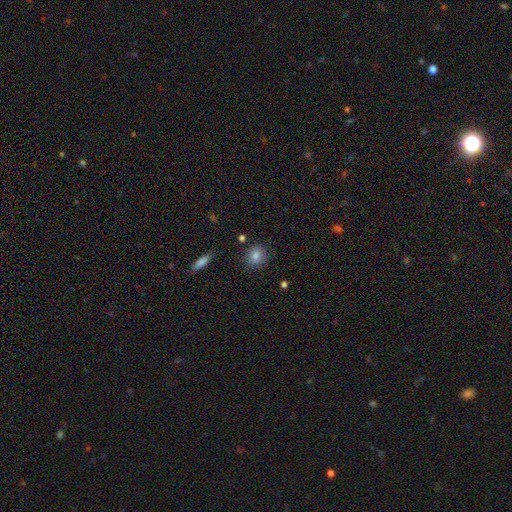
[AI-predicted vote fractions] Smooth or featured?
  - smooth: 81% *
  - featured or disk: 10%
  - star or artifact: 9%
How rounded?
  - round: 75% *
  - in between: 23%
  - cigar-shaped: 2%
Merging?
  - none: 82% *
  - minor disturbance: 12%
  - major disturbance: 3%
  - merger: 2%